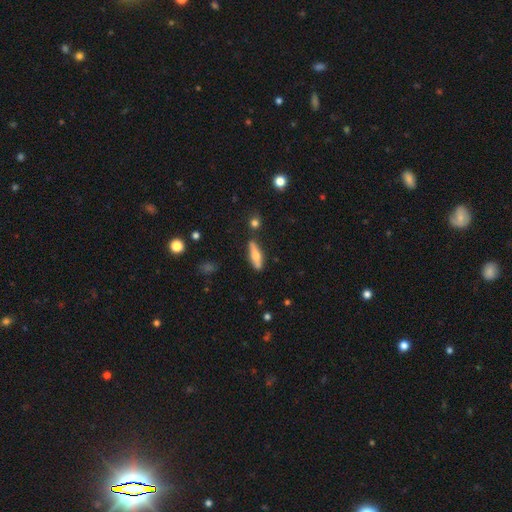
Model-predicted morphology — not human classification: This is likely a smooth galaxy (60%). How rounded: likely cigar-shaped (62%). Merging: likely none (76%).